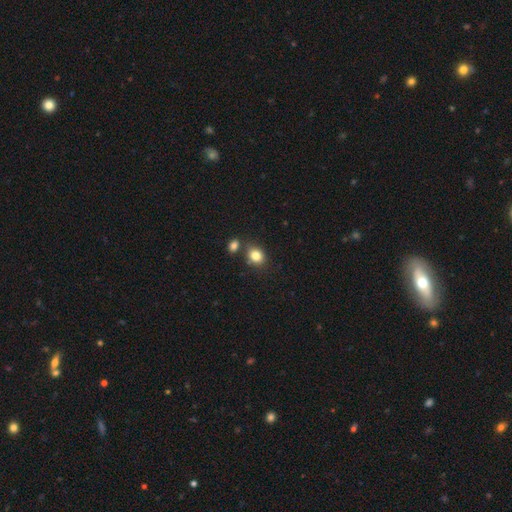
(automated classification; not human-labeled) A smooth galaxy with no disk features (82%) that is round (51%). Merging: none (68%).